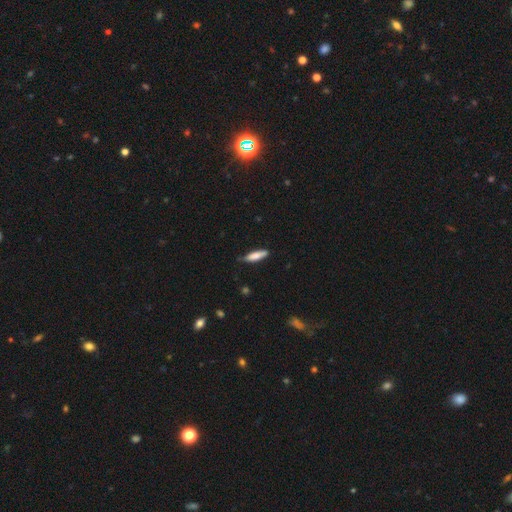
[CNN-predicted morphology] A smooth galaxy with no disk features (76%) that is cigar-shaped (67%).

Vote fractions:
- Smooth or featured? smooth: 76% / featured or disk: 18% / star or artifact: 6%
- How rounded? cigar-shaped: 67% / in between: 32% / round: 2%
- Merging? none: 75% / minor disturbance: 20% / major disturbance: 3% / merger: 2%